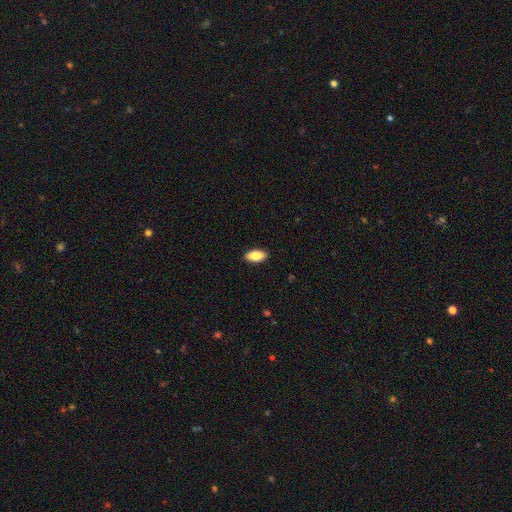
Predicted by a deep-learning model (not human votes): Smooth or featured? Predicted: smooth (p=0.80). How rounded? Predicted: in between (p=0.90). Merging? Predicted: none (p=0.90).